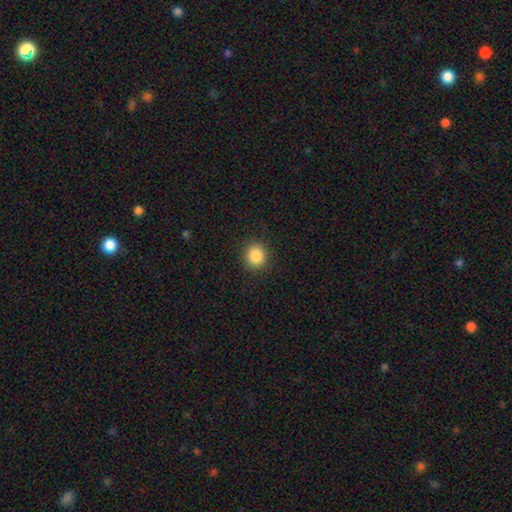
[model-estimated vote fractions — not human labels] Smooth or featured? Predicted: smooth (p=0.87). How rounded? Predicted: round (p=0.83). Merging? Predicted: none (p=0.90).